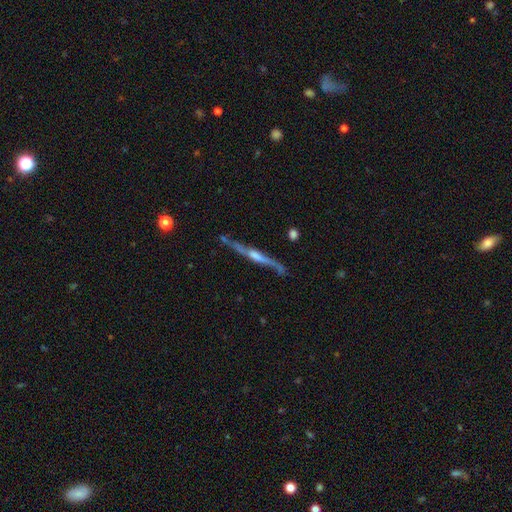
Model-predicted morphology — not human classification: smooth-or-featured: featured or disk: 84% | smooth: 10% | star or artifact: 6%
  disk-edge-on: yes: 97% | no: 3%
    edge-on-bulge: rounded: 83% | none: 9% | boxy: 8%
  merging: none: 84% | minor disturbance: 11% | major disturbance: 3% | merger: 2%